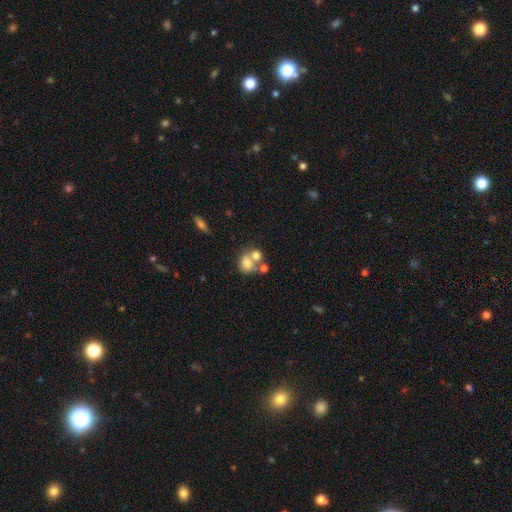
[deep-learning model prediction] Smooth or featured: smooth — 71% (featured or disk — 17%)
How rounded: round — 54% (in between — 45%)
Merging: merger — 51% (none — 33%)